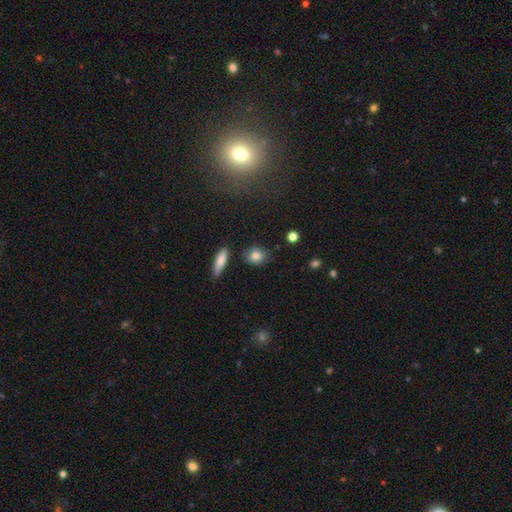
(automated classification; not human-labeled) This appears to be a smooth galaxy with no disk features (82%) that is round (57%). Merging: none (78%).